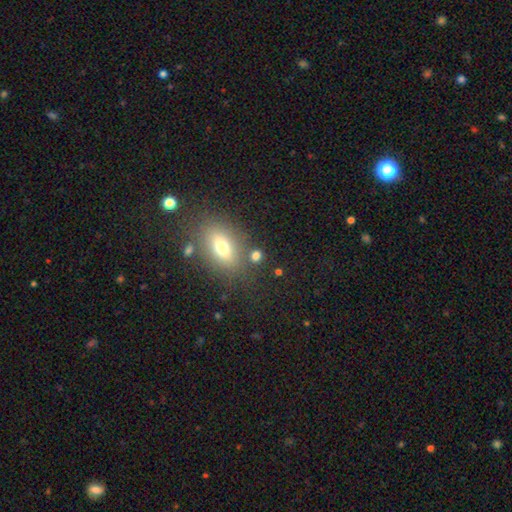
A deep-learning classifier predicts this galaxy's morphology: Smooth or featured? smooth (73%)
How rounded? round (57%)
Merging? none (75%)